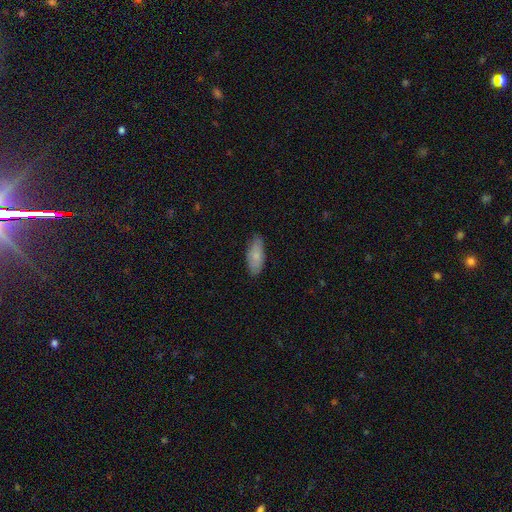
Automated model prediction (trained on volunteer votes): Q: Smooth or featured?
A: smooth (79%); runner-up: featured or disk (15%)
Q: How rounded?
A: in between (82%); runner-up: cigar-shaped (16%)
Q: Merging?
A: none (83%); runner-up: minor disturbance (14%)